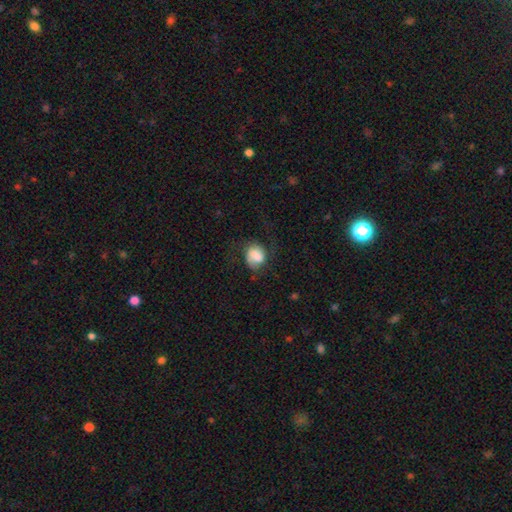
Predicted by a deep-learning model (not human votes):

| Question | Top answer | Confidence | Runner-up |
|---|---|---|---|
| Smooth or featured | smooth | 68% | featured or disk (23%) |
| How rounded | in between | 54% | round (45%) |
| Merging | none | 46% | major disturbance (26%) |